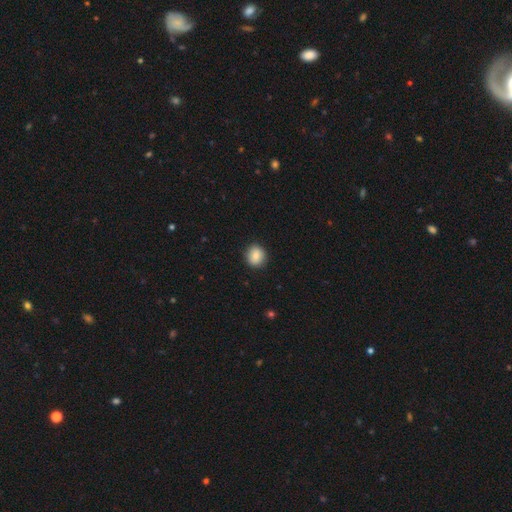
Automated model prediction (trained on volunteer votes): Smooth or featured?
  - smooth: 83% *
  - star or artifact: 8%
  - featured or disk: 8%
How rounded?
  - round: 83% *
  - in between: 16%
  - cigar-shaped: 1%
Merging?
  - none: 89% *
  - minor disturbance: 8%
  - major disturbance: 2%
  - merger: 1%